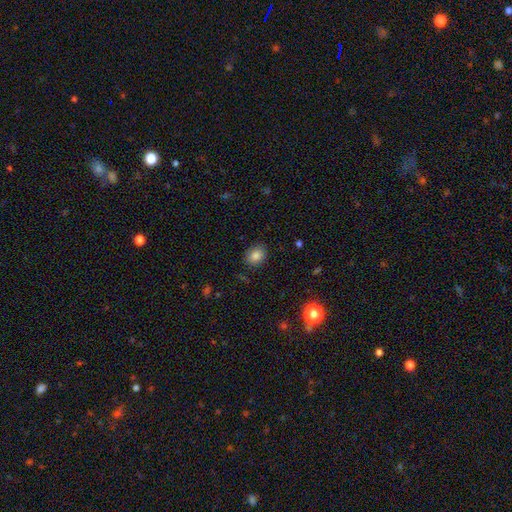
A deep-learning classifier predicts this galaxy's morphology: Smooth or featured?
  - smooth: 84% *
  - star or artifact: 10%
  - featured or disk: 5%
How rounded?
  - round: 52% *
  - in between: 48%
  - cigar-shaped: 1%
Merging?
  - none: 86% *
  - minor disturbance: 10%
  - major disturbance: 3%
  - merger: 1%